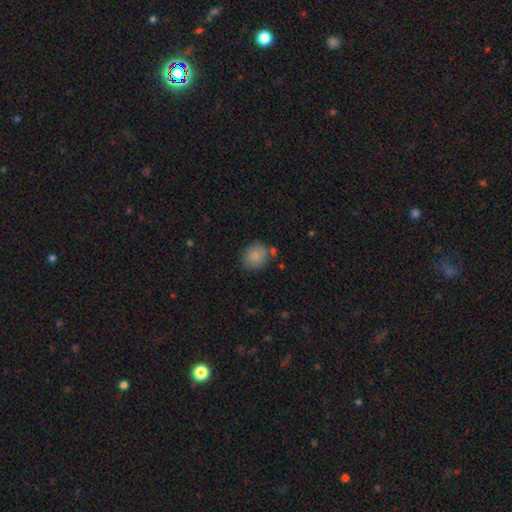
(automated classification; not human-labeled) Morphology: type=smooth (85%); roundness=round (71%); merging=none (76%).